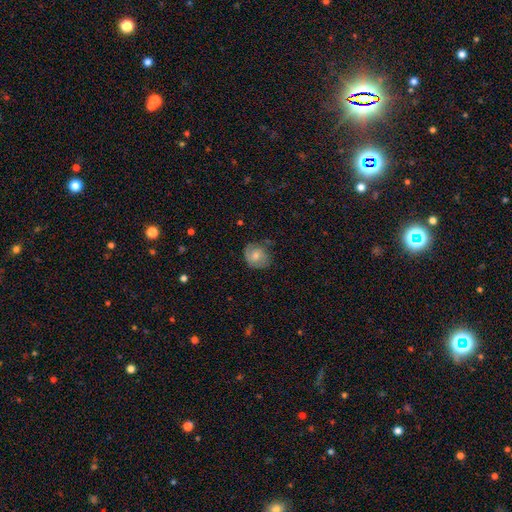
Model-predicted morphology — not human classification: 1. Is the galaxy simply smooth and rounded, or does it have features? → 55% smooth, 37% featured or disk, 8% star or artifact.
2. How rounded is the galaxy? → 66% round, 33% in between, 1% cigar-shaped.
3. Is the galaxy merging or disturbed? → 63% none, 26% minor disturbance, 9% major disturbance, 2% merger.